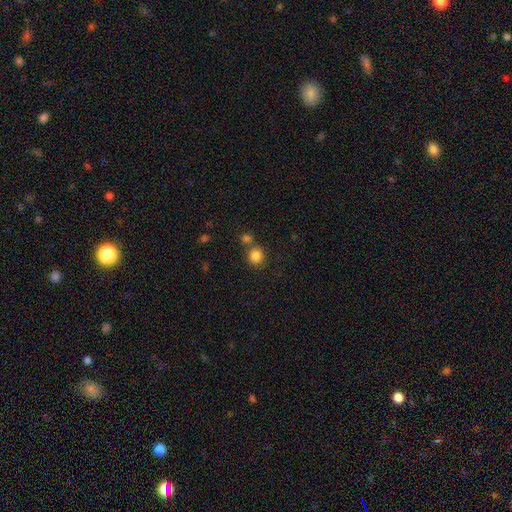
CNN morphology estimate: type=smooth (84%); roundness=round (89%); merging=none (68%).